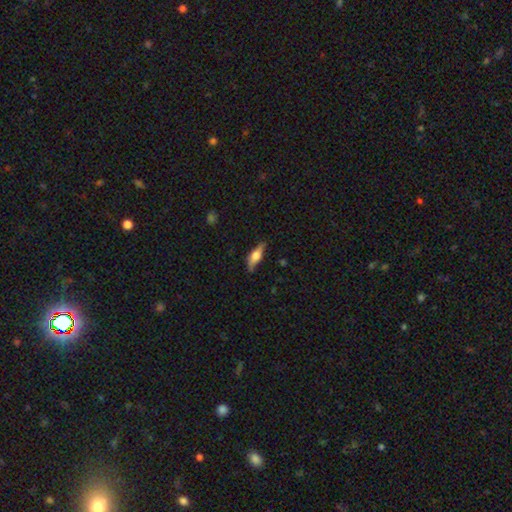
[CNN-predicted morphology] A smooth galaxy with no disk features (49%). Merging: none (74%).